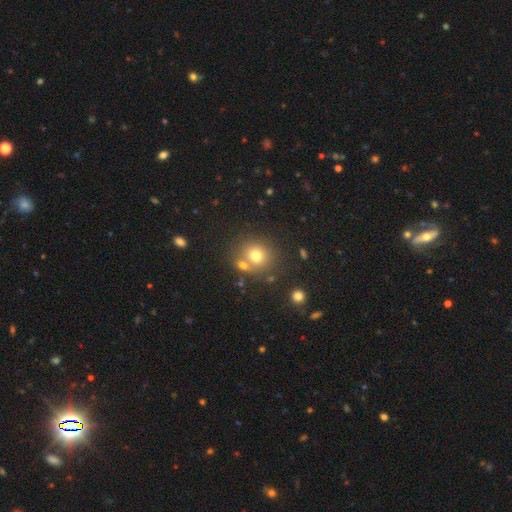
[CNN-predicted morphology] smooth-or-featured: smooth: 74% | star or artifact: 14% | featured or disk: 13%
  how-rounded: round: 82% | in between: 17% | cigar-shaped: 1%
  merging: none: 61% | merger: 25% | minor disturbance: 10% | major disturbance: 4%